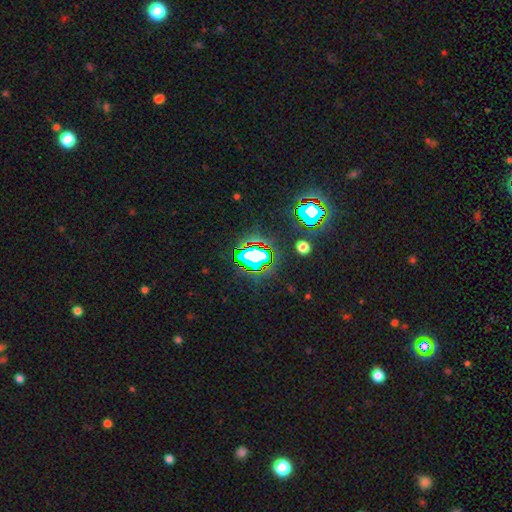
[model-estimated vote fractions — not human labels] Smooth or featured? Predicted: star or artifact (p=0.63).